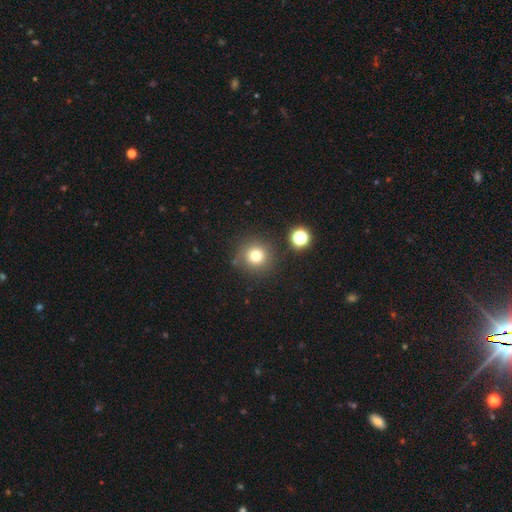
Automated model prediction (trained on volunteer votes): Q: Smooth or featured?
A: smooth (75%); runner-up: star or artifact (16%)
Q: How rounded?
A: round (94%); runner-up: in between (5%)
Q: Merging?
A: none (83%); runner-up: minor disturbance (9%)